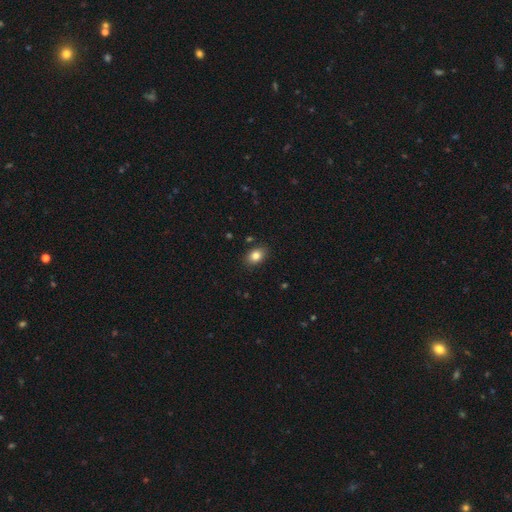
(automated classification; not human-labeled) Smooth or featured? Predicted: smooth (p=0.83). How rounded? Predicted: in between (p=0.78). Merging? Predicted: none (p=0.87).